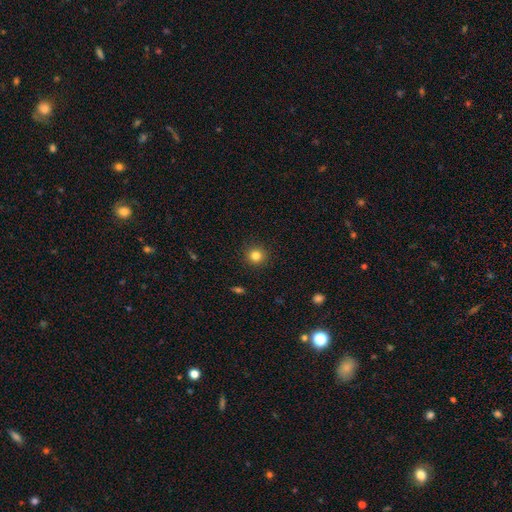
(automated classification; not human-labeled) Morphology: type=smooth (83%); roundness=round (93%); merging=none (92%).